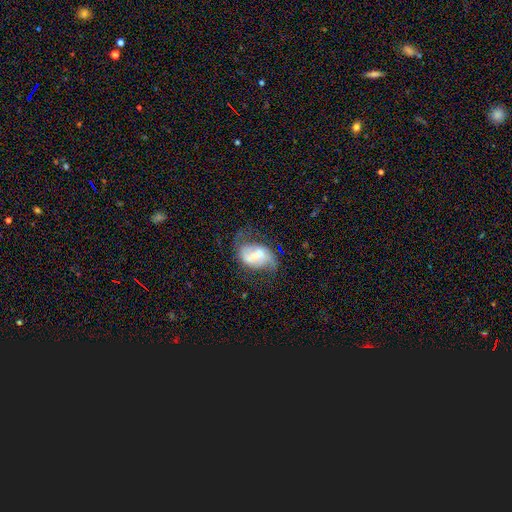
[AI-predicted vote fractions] Smooth or featured: featured or disk — 73% (smooth — 20%)
Edge-on disk: no — 96% (yes — 4%)
Bar: weak — 42% (no — 33%)
Spiral arms: yes — 85% (no — 15%)
Spiral winding: loose — 54% (medium — 35%)
Spiral arm count: 2 — 86% (can't tell — 7%)
Bulge size: small — 51% (moderate — 38%)
Merging: none — 50% (minor disturbance — 22%)